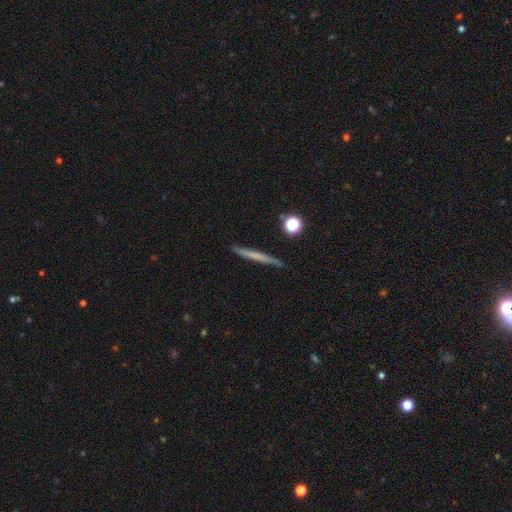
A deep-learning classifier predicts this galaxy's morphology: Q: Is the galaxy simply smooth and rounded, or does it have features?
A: smooth — 50%.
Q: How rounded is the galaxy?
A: cigar-shaped — 95%.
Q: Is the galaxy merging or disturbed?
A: none — 89%.